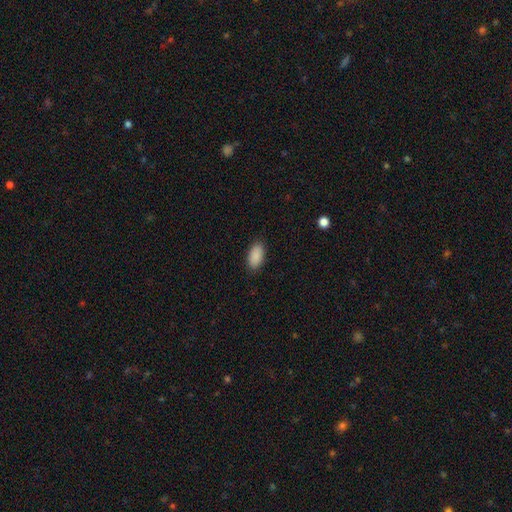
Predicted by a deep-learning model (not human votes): Smooth or featured? smooth (90%)
How rounded? in between (94%)
Merging? none (88%)